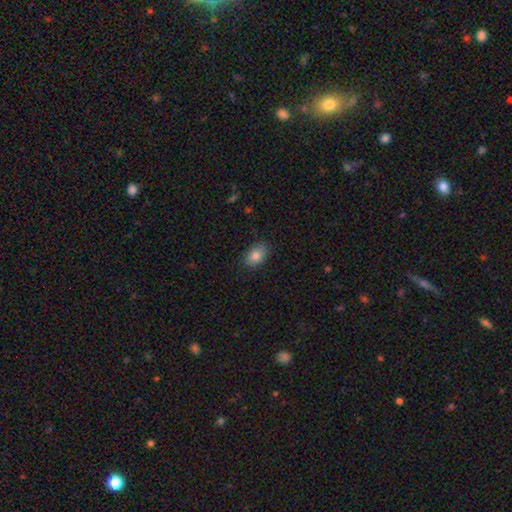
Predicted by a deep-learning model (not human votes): Morphology: type=smooth (84%); roundness=in between (84%); merging=none (84%).